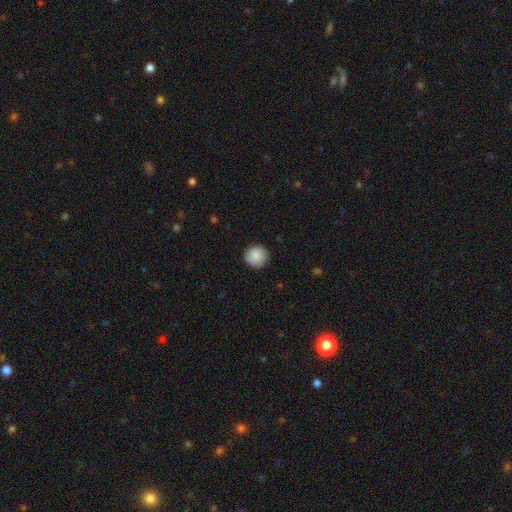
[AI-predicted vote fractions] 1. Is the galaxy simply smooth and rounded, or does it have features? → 87% smooth, 7% star or artifact, 6% featured or disk.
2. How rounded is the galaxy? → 95% round, 4% in between, 1% cigar-shaped.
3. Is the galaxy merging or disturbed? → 90% none, 8% minor disturbance, 2% major disturbance, 1% merger.